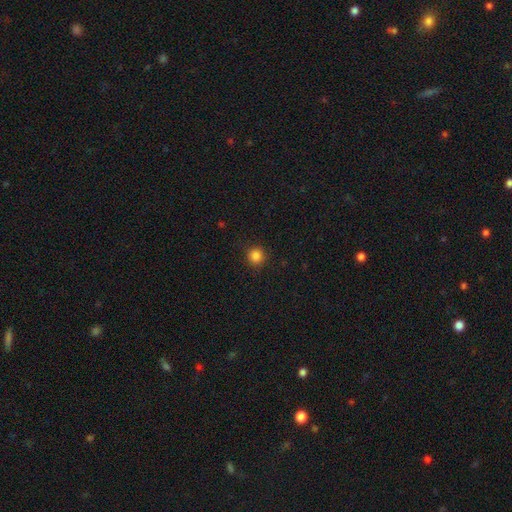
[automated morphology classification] Overall: smooth (85%). How rounded: round (94%). Merging: none (91%).